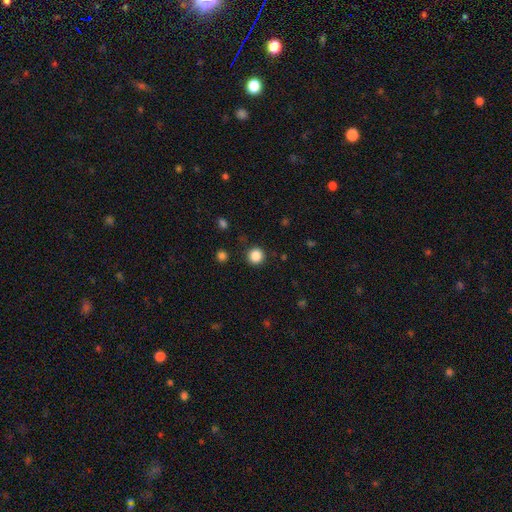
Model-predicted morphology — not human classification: A smooth galaxy with no disk features (86%) that is round (94%).

Vote fractions:
- Smooth or featured? smooth: 86% / star or artifact: 11% / featured or disk: 3%
- How rounded? round: 94% / in between: 5% / cigar-shaped: 1%
- Merging? none: 90% / minor disturbance: 6% / major disturbance: 2% / merger: 1%